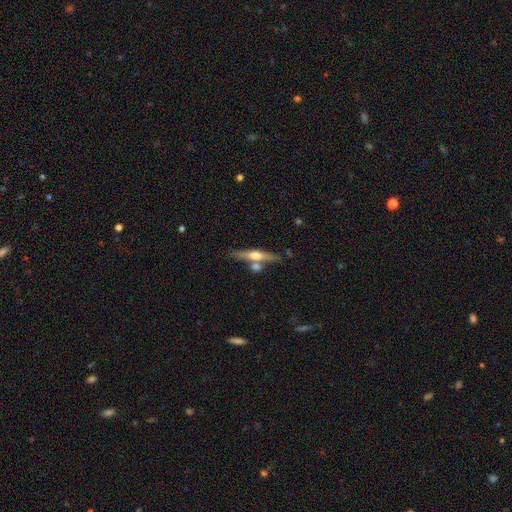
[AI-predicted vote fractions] smooth_or_featured: featured or disk (p=0.61) [alt: smooth p=0.33]
disk_edge_on: yes (p=0.95) [alt: no p=0.05]
edge_on_bulge: rounded (p=0.91) [alt: none p=0.05]
merging: none (p=0.67) [alt: merger p=0.19]